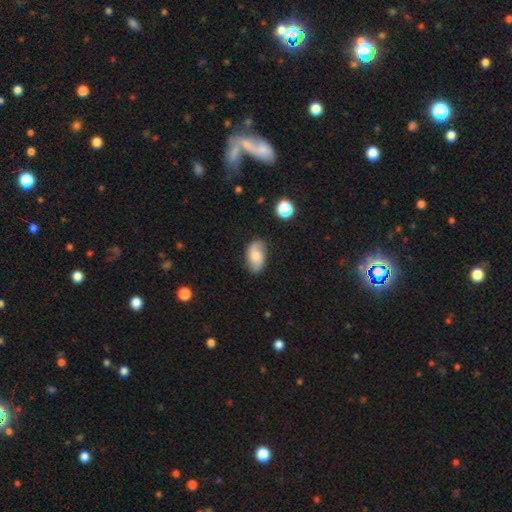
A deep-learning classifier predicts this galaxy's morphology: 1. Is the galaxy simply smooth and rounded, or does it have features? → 60% smooth, 32% featured or disk, 9% star or artifact.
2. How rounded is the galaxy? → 92% in between, 6% round, 2% cigar-shaped.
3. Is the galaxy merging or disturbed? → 75% none, 19% minor disturbance, 4% major disturbance, 2% merger.